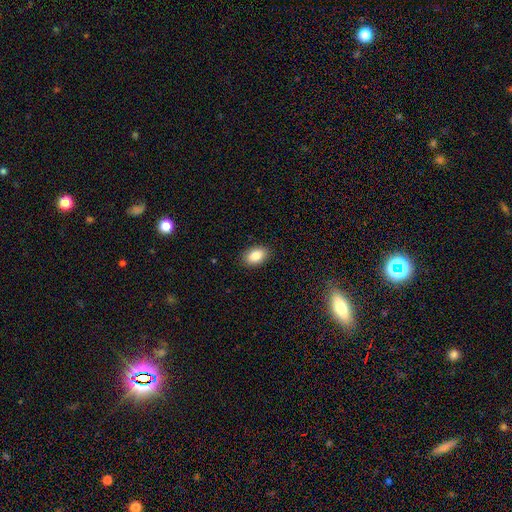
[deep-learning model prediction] The model was most divided on "how rounded": in between: 87%, round: 11%, cigar-shaped: 1%. More confident: merging — none (89%); smooth or featured — smooth (85%).